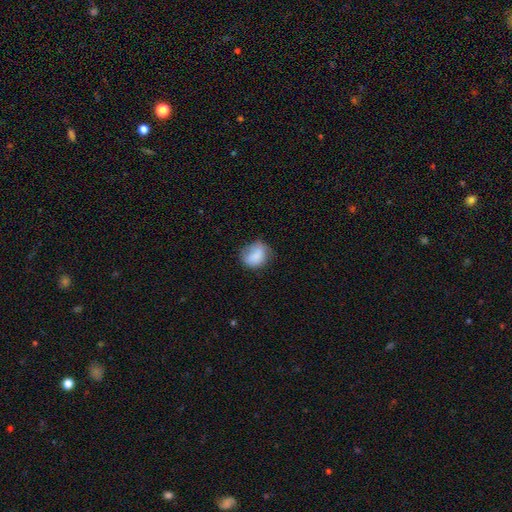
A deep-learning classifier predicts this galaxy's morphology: This appears to be a smooth galaxy with no disk features (80%) that is round (55%). Merging: none (52%).